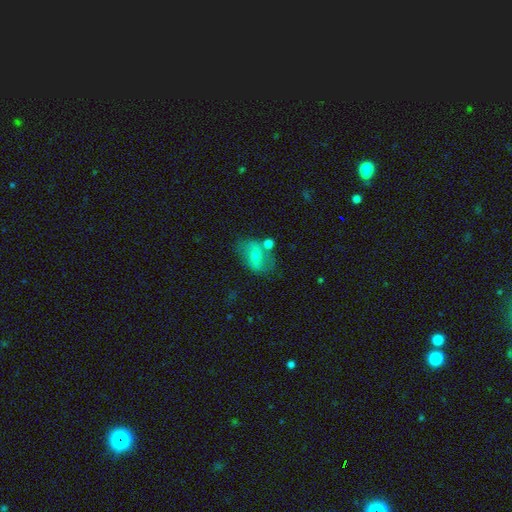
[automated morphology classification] smooth-or-featured: smooth: 52% | featured or disk: 38% | star or artifact: 10%
  how-rounded: in between: 78% | round: 20% | cigar-shaped: 2%
  merging: none: 55% | minor disturbance: 20% | merger: 16% | major disturbance: 9%